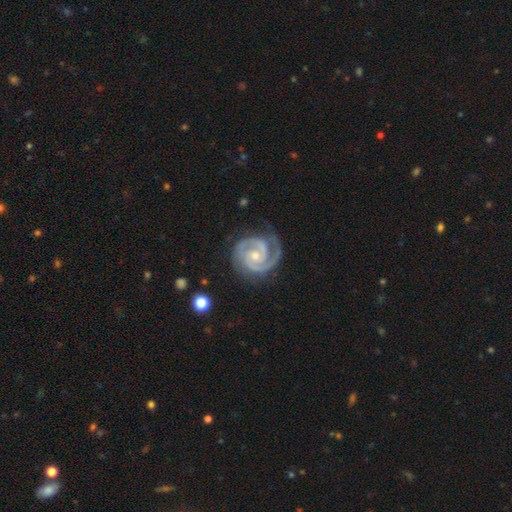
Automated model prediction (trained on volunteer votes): This appears to be a featured or disk galaxy (93%) with no bar (63%), 2 (84%) tight (69%) spiral arms (99%) and a small central bulge (56%). Merging: none (77%).